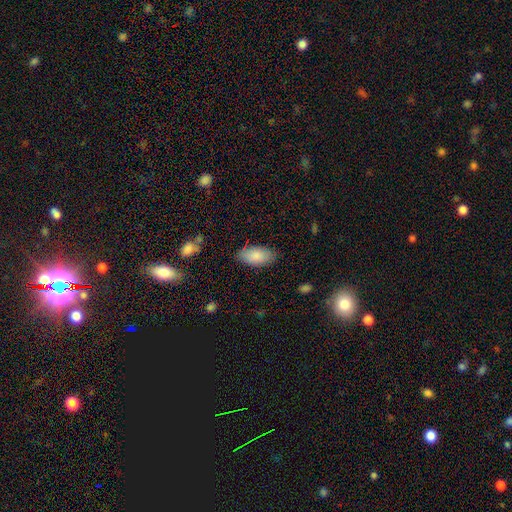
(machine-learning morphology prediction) smooth-or-featured: smooth: 86% | featured or disk: 8% | star or artifact: 6%
  how-rounded: in between: 93% | cigar-shaped: 5% | round: 2%
  merging: none: 83% | minor disturbance: 13% | major disturbance: 3% | merger: 1%